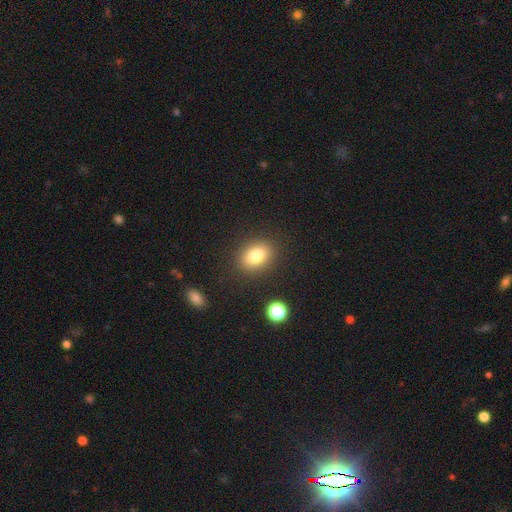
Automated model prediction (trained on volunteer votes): A smooth galaxy with no disk features (80%) that is in between round and cigar-shaped (63%).

Vote fractions:
- Smooth or featured? smooth: 80% / star or artifact: 11% / featured or disk: 9%
- How rounded? in between: 63% / round: 36% / cigar-shaped: 1%
- Merging? none: 86% / minor disturbance: 9% / major disturbance: 3% / merger: 2%